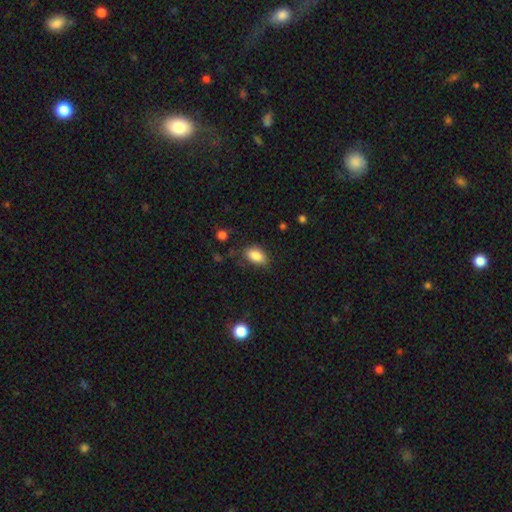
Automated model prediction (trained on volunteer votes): smooth 86%, star or artifact 8%, featured or disk 6%. Down the decision tree: how rounded — in between (91%); merging — none (73%).